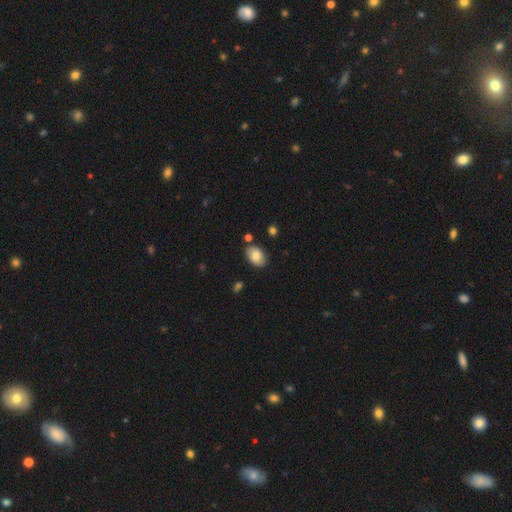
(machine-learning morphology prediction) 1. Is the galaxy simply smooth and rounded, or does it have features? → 77% smooth, 16% featured or disk, 8% star or artifact.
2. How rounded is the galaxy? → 84% in between, 15% round, 1% cigar-shaped.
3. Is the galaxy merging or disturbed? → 80% none, 14% minor disturbance, 4% merger, 3% major disturbance.